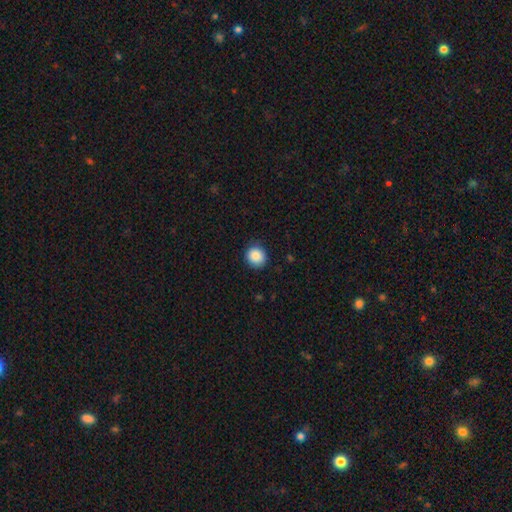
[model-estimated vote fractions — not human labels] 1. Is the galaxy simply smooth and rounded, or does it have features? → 87% smooth, 8% star or artifact, 4% featured or disk.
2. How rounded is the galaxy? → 88% round, 11% in between, 1% cigar-shaped.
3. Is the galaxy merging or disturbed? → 86% none, 11% minor disturbance, 2% major disturbance, 1% merger.